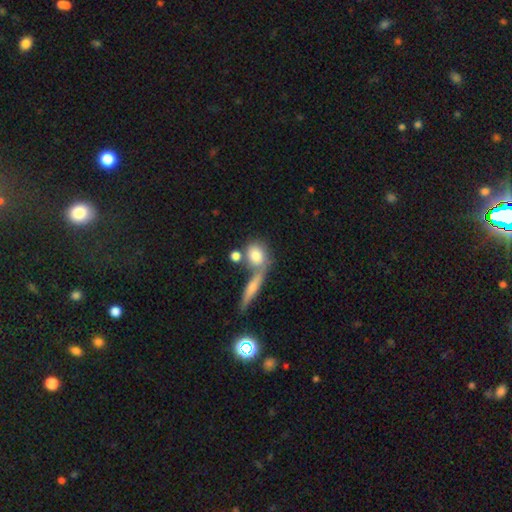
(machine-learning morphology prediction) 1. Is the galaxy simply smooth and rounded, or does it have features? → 78% smooth, 14% featured or disk, 8% star or artifact.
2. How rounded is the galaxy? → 48% round, 43% in between, 9% cigar-shaped.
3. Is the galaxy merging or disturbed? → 46% none, 36% merger, 12% minor disturbance, 6% major disturbance.